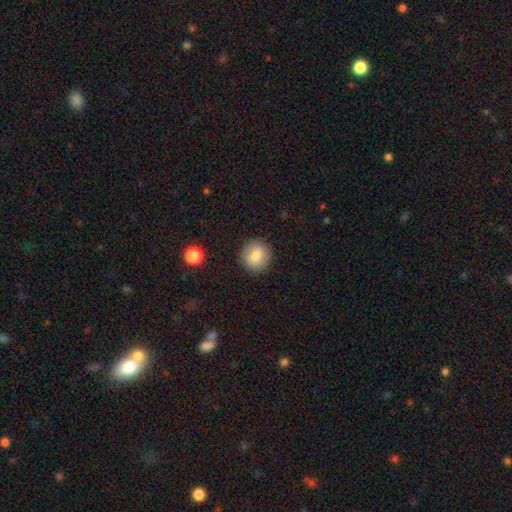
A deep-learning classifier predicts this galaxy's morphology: A smooth galaxy with no disk features (82%) that is round (87%).

Vote fractions:
- Smooth or featured? smooth: 82% / featured or disk: 9% / star or artifact: 8%
- How rounded? round: 87% / in between: 12% / cigar-shaped: 1%
- Merging? none: 88% / minor disturbance: 8% / major disturbance: 3% / merger: 1%